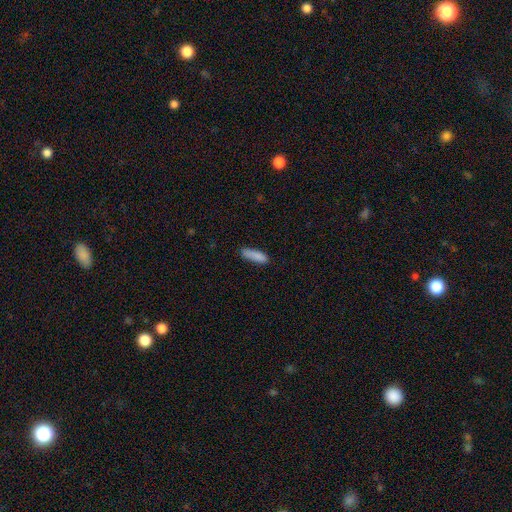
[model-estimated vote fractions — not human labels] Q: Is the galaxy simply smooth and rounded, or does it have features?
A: smooth — 88%.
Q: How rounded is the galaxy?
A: cigar-shaped — 61%.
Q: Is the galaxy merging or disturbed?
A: none — 81%.